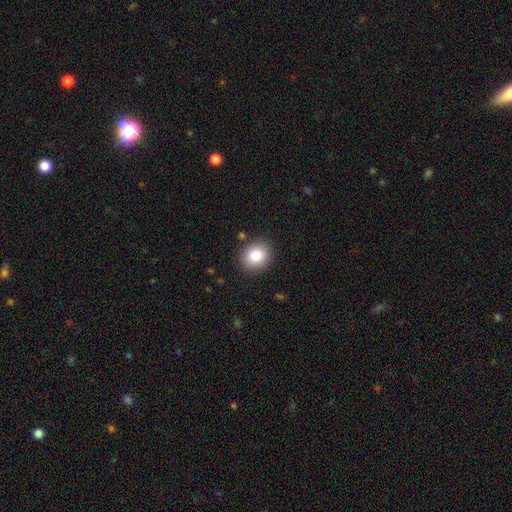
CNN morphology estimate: smooth_or_featured: smooth (p=0.83) [alt: star or artifact p=0.10]
how_rounded: round (p=0.68) [alt: in between p=0.31]
merging: none (p=0.88) [alt: minor disturbance p=0.08]